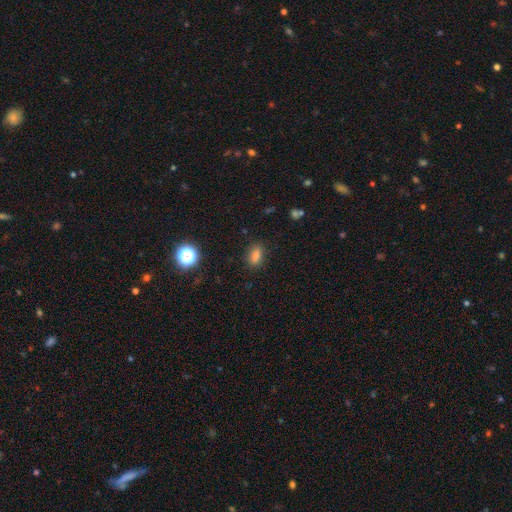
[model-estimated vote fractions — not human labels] A smooth galaxy with no disk features (78%) that is in between round and cigar-shaped (76%).

Vote fractions:
- Smooth or featured? smooth: 78% / star or artifact: 15% / featured or disk: 7%
- How rounded? in between: 76% / round: 18% / cigar-shaped: 5%
- Merging? none: 86% / minor disturbance: 10% / major disturbance: 3% / merger: 2%